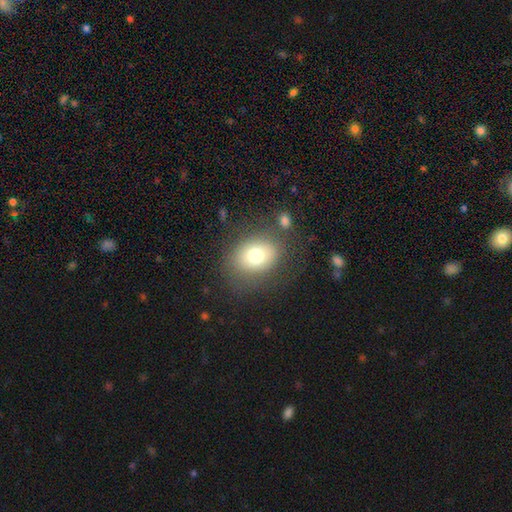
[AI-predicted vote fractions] A smooth galaxy with no disk features (75%) that is in between round and cigar-shaped (58%). Merging: none (73%).